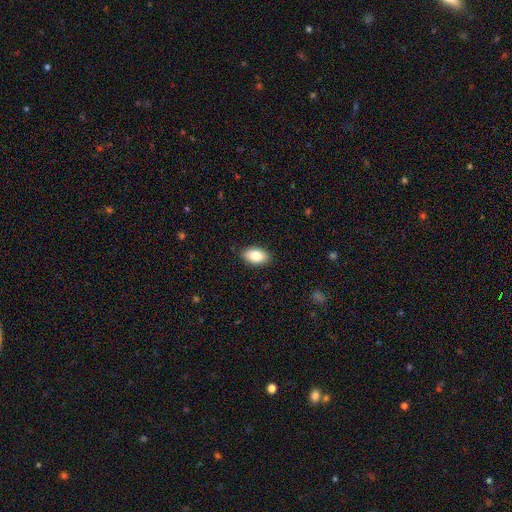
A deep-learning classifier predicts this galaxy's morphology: Smooth or featured?
  - smooth: 83% *
  - featured or disk: 10%
  - star or artifact: 7%
How rounded?
  - in between: 92% *
  - round: 6%
  - cigar-shaped: 2%
Merging?
  - none: 88% *
  - minor disturbance: 9%
  - major disturbance: 2%
  - merger: 1%